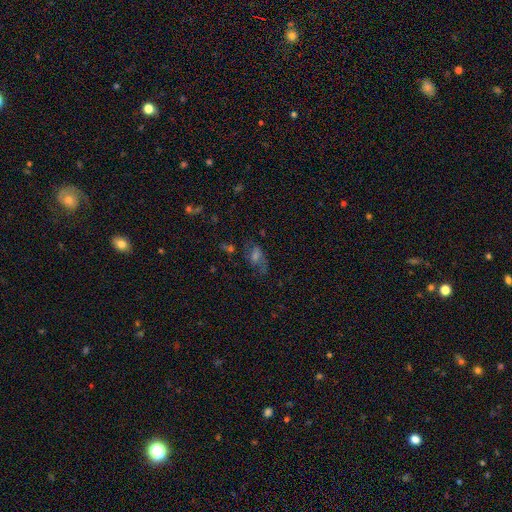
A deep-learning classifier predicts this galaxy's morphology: This is marginally a smooth galaxy (39%). Merging: possibly none (53%).